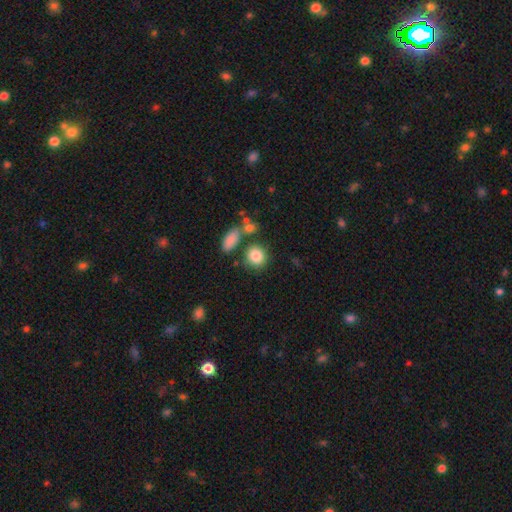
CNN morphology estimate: Smooth or featured? smooth (84%)
How rounded? round (78%)
Merging? none (69%)